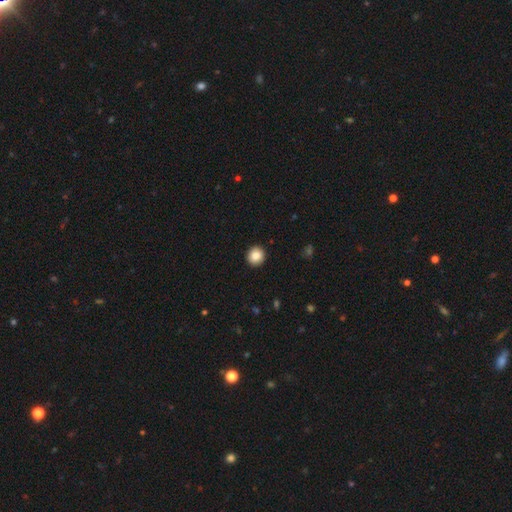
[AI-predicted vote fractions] Q: Smooth or featured?
A: smooth (87%); runner-up: star or artifact (9%)
Q: How rounded?
A: round (90%); runner-up: in between (9%)
Q: Merging?
A: none (93%); runner-up: minor disturbance (5%)